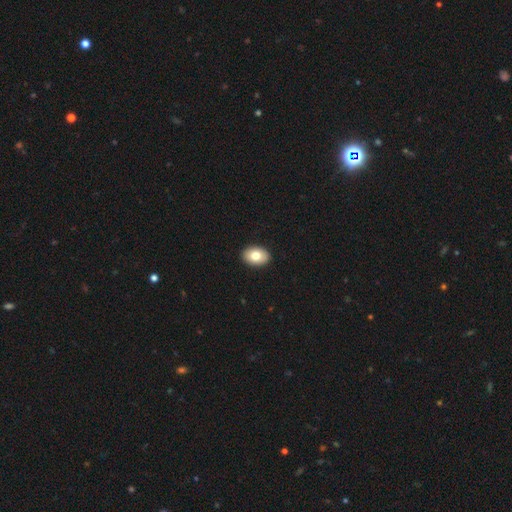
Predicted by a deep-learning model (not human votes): Morphology: type=smooth (78%); roundness=in between (83%); merging=none (91%).